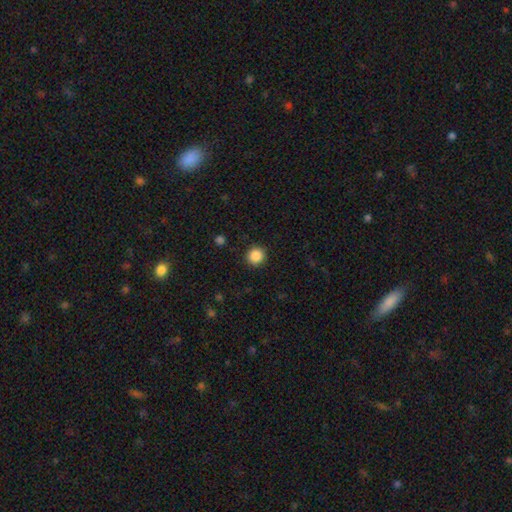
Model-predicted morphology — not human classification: The model was most divided on "smooth or featured": smooth: 87%, star or artifact: 10%, featured or disk: 3%. More confident: how rounded — round (95%); merging — none (91%).